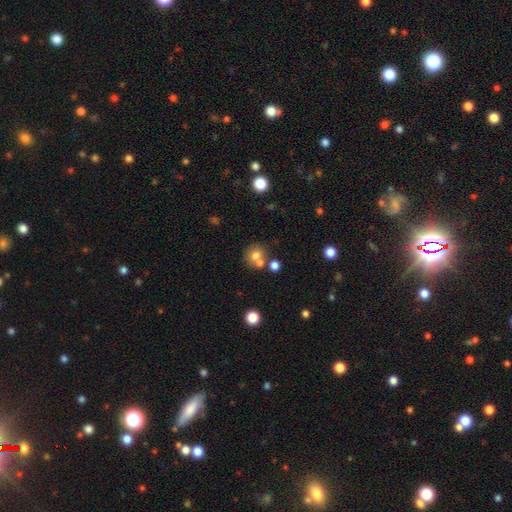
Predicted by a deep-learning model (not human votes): smooth_or_featured: smooth (p=0.72) [alt: featured or disk p=0.14]
how_rounded: round (p=0.82) [alt: in between p=0.17]
merging: none (p=0.57) [alt: merger p=0.30]